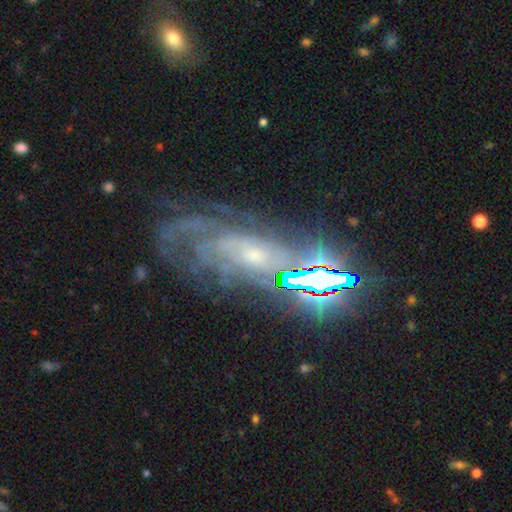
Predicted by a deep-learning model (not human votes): This appears to be a featured or disk galaxy (71%) with no bar (60%), spiral arms (82%) and a small central bulge (65%). Merging: none (55%).